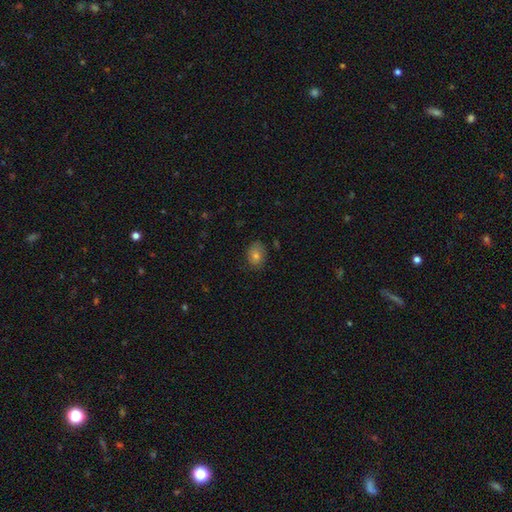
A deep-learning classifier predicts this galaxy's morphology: The model was most divided on "how rounded": in between: 57%, round: 42%, cigar-shaped: 1%. More confident: merging — none (78%); smooth or featured — smooth (68%).